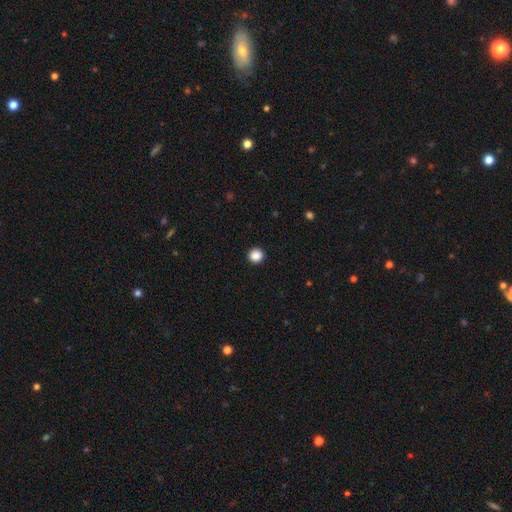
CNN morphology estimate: Smooth or featured? Predicted: smooth (p=0.87). How rounded? Predicted: round (p=0.94). Merging? Predicted: none (p=0.93).